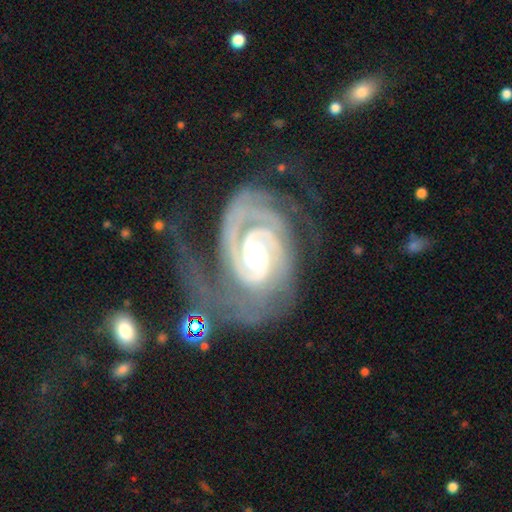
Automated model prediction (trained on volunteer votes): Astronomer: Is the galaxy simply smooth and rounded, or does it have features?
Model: featured or disk — 93%.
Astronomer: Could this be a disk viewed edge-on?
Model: no — 98%.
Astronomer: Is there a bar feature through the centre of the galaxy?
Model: no — 59%.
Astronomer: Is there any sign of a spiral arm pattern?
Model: yes — 99%.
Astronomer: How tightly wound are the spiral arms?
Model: tight — 76%.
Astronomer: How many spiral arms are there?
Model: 2 — 51%.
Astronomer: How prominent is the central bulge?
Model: small — 62%.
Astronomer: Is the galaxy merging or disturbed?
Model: none — 42% (runner-up: major disturbance, 28%).